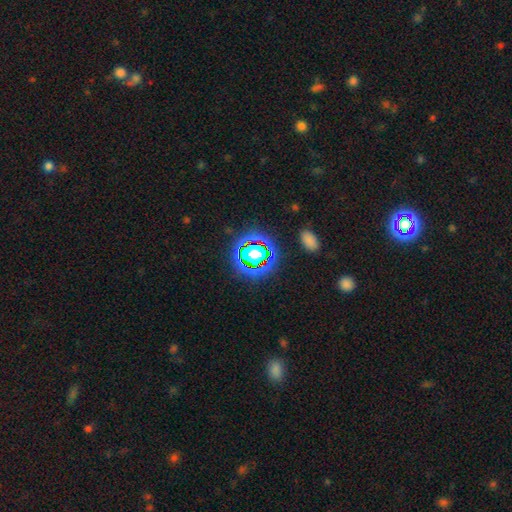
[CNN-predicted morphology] smooth-or-featured: star or artifact: 76% | smooth: 15% | featured or disk: 9%